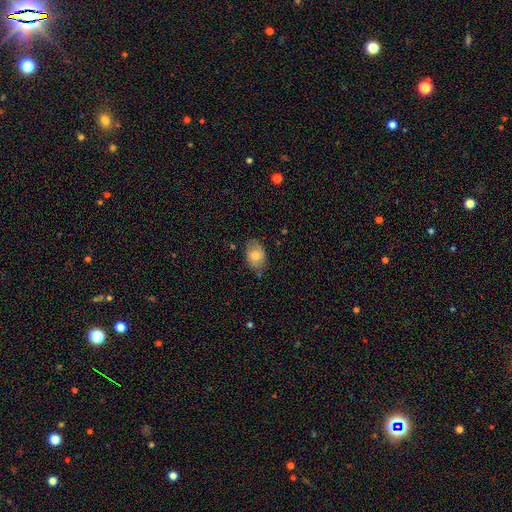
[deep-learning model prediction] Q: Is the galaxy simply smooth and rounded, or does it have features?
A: smooth — 73%.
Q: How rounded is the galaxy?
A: in between — 86%.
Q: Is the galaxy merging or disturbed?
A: none — 71%.